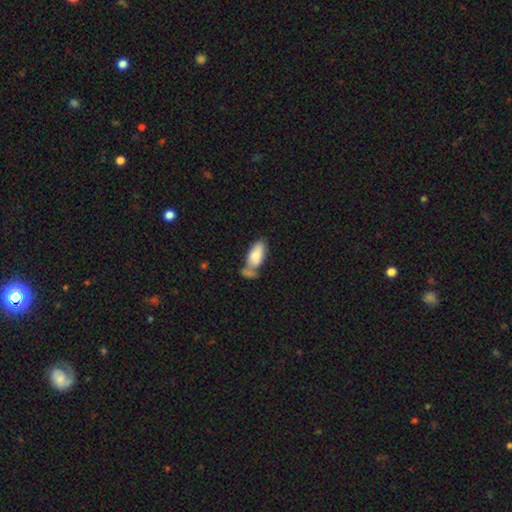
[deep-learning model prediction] Q: Smooth or featured?
A: smooth (79%); runner-up: featured or disk (15%)
Q: How rounded?
A: in between (88%); runner-up: cigar-shaped (10%)
Q: Merging?
A: merger (38%); runner-up: none (34%)